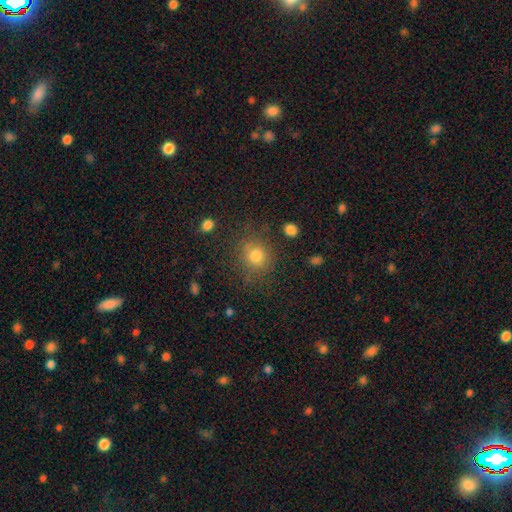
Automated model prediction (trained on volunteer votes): Morphology: type=smooth (78%); roundness=round (81%); merging=none (79%).